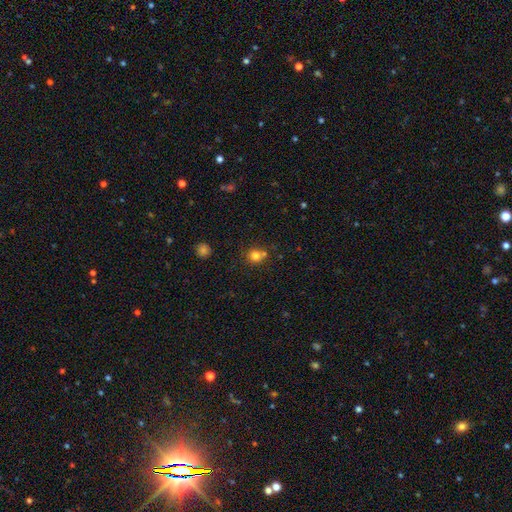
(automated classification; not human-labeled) smooth-or-featured: smooth: 78% | star or artifact: 14% | featured or disk: 8%
  how-rounded: round: 89% | in between: 10% | cigar-shaped: 1%
  merging: none: 65% | merger: 22% | minor disturbance: 10% | major disturbance: 3%